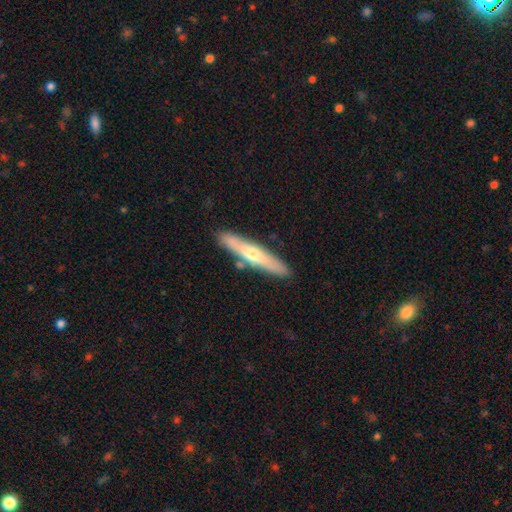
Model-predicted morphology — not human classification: Smooth or featured: featured or disk — 50% (smooth — 44%)
Edge-on disk: yes — 82% (no — 18%)
Merging: none — 84% (minor disturbance — 10%)